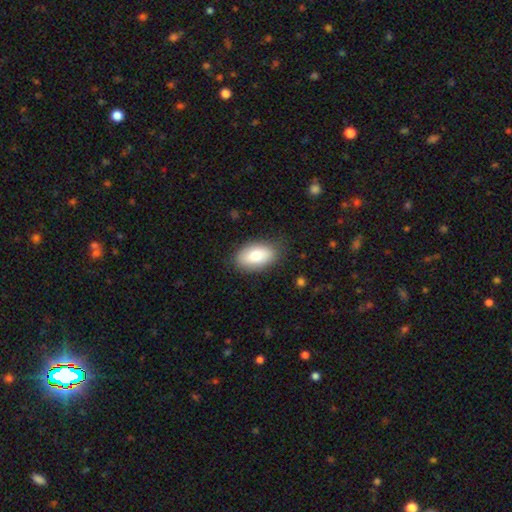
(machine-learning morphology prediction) This appears to be a smooth galaxy with no disk features (80%) that is in between round and cigar-shaped (92%). Merging: none (81%).